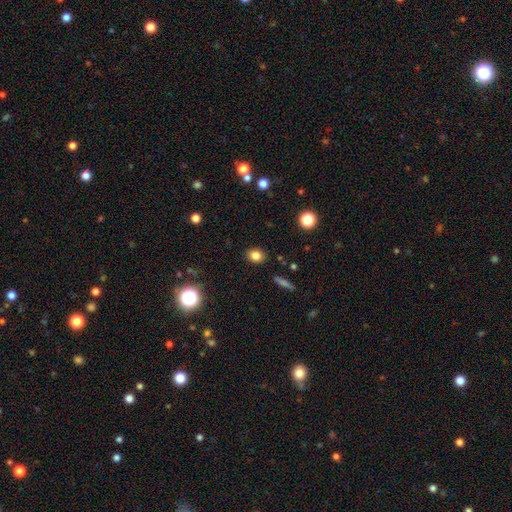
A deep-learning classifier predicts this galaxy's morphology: Smooth or featured? smooth (82%)
How rounded? in between (50%)
Merging? none (89%)